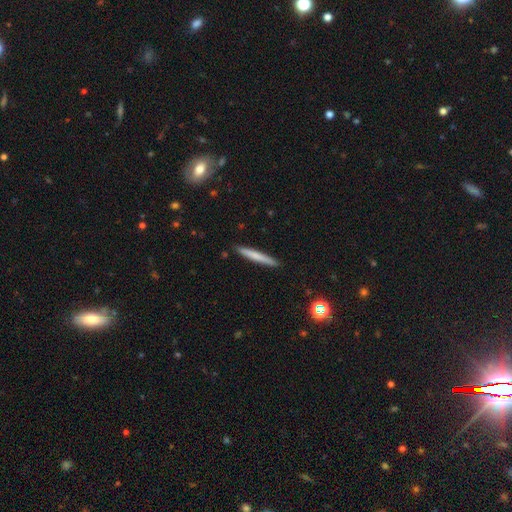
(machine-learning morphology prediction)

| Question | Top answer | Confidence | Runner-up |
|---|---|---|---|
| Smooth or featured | smooth | 67% | featured or disk (28%) |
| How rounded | cigar-shaped | 96% | in between (3%) |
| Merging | none | 91% | minor disturbance (7%) |